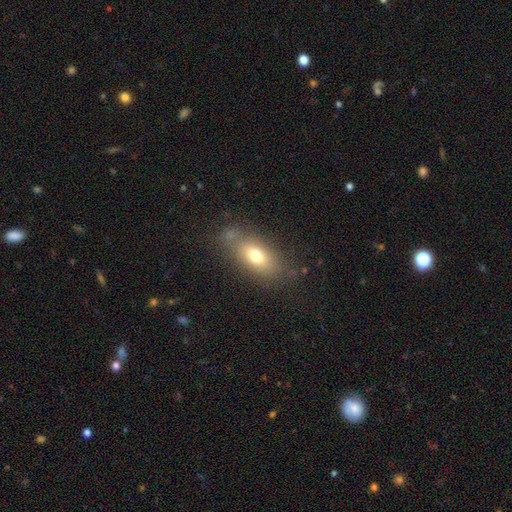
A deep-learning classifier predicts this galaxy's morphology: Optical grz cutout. It shows a smooth galaxy with no disk features (71%) that is in between round and cigar-shaped (81%). Merging: none (68%).